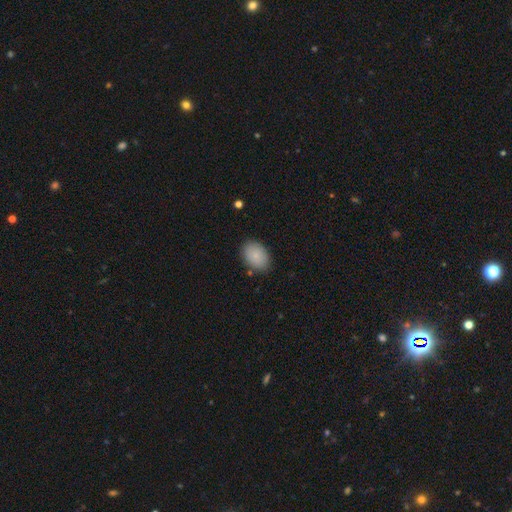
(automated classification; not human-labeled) Q: Smooth or featured?
A: smooth (85%); runner-up: featured or disk (8%)
Q: How rounded?
A: in between (82%); runner-up: round (17%)
Q: Merging?
A: none (84%); runner-up: minor disturbance (11%)